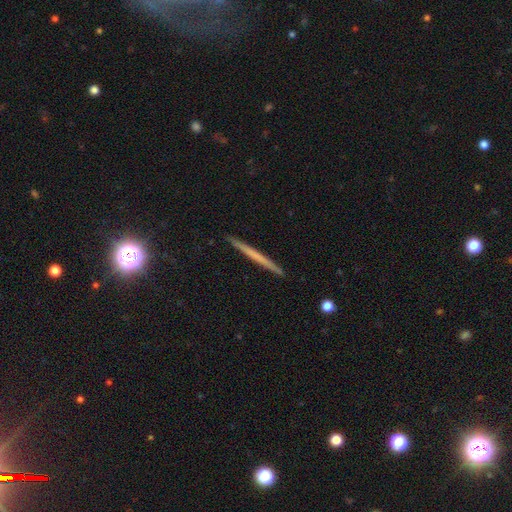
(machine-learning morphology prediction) Smooth or featured? Predicted: featured or disk (p=0.47). Merging? Predicted: none (p=0.92).